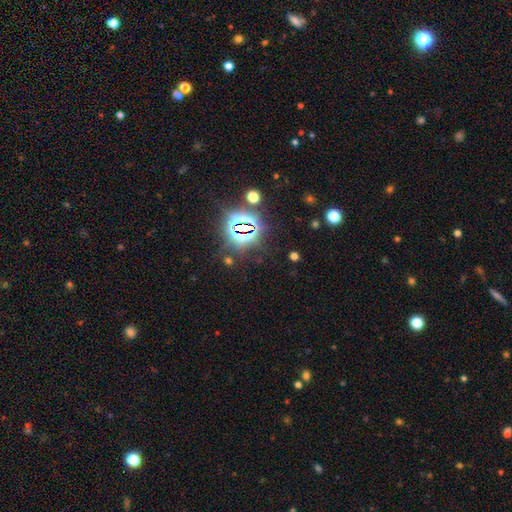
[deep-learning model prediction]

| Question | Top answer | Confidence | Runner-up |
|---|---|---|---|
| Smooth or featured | star or artifact | 81% | smooth (12%) |